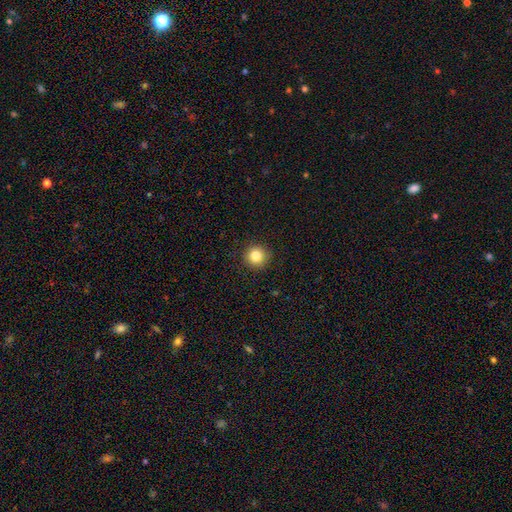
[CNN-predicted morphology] type=smooth (84%); roundness=round (95%); merging=none (92%).